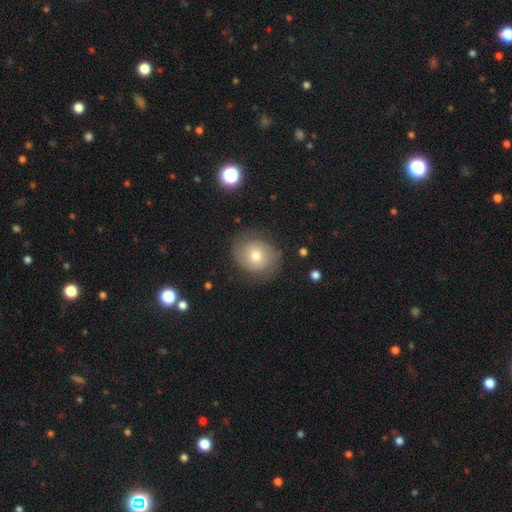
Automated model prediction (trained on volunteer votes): Smooth or featured? smooth (54%)
How rounded? round (73%)
Merging? none (79%)